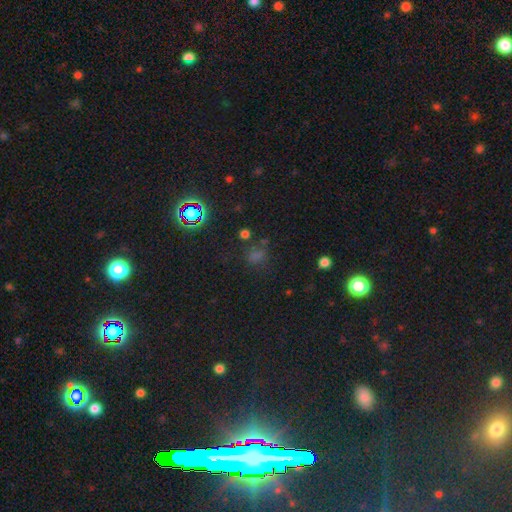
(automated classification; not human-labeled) The model was most divided on "smooth or featured": star or artifact: 51%, smooth: 41%, featured or disk: 8%.